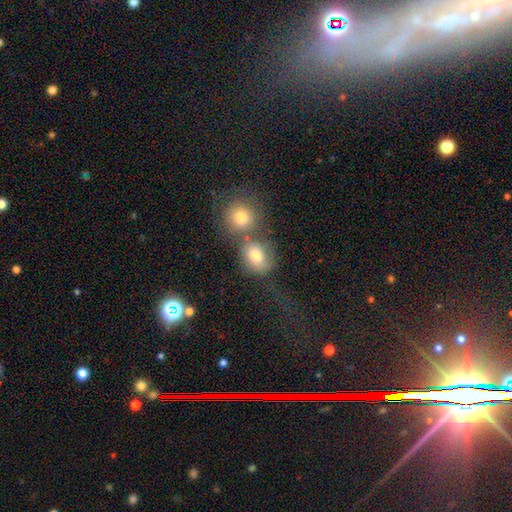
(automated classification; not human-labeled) A smooth galaxy with no disk features (76%) that is round (61%).

Vote fractions:
- Smooth or featured? smooth: 76% / featured or disk: 12% / star or artifact: 11%
- How rounded? round: 61% / in between: 38% / cigar-shaped: 1%
- Merging? none: 43% / merger: 38% / minor disturbance: 12% / major disturbance: 8%